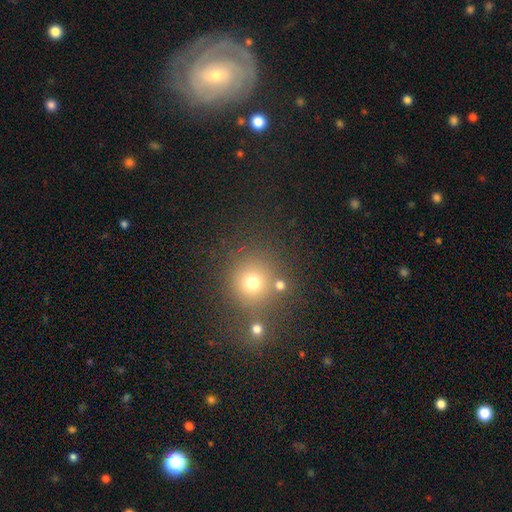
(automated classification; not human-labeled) Smooth or featured? Predicted: smooth (p=0.54). How rounded? Predicted: round (p=0.87). Merging? Predicted: none (p=0.77).